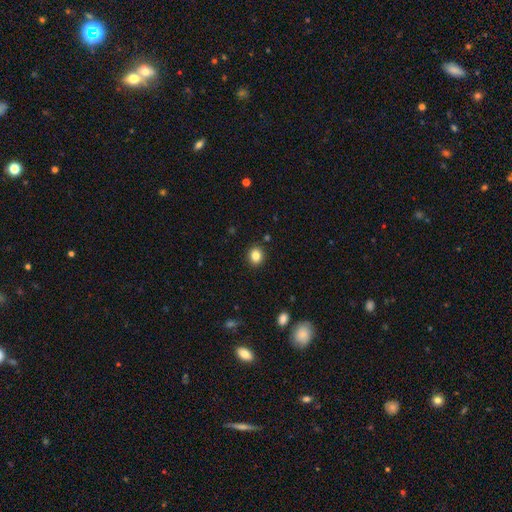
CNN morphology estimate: This appears to be a smooth galaxy with no disk features (85%) that is round (64%). Merging: none (90%).